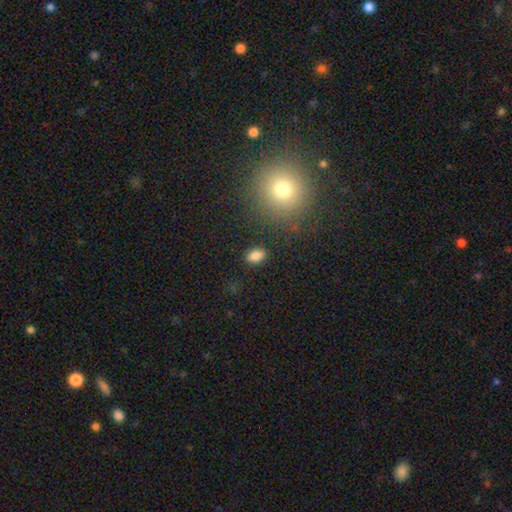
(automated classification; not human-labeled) This appears to be a smooth galaxy with no disk features (84%) that is in between round and cigar-shaped (86%). Merging: none (86%).